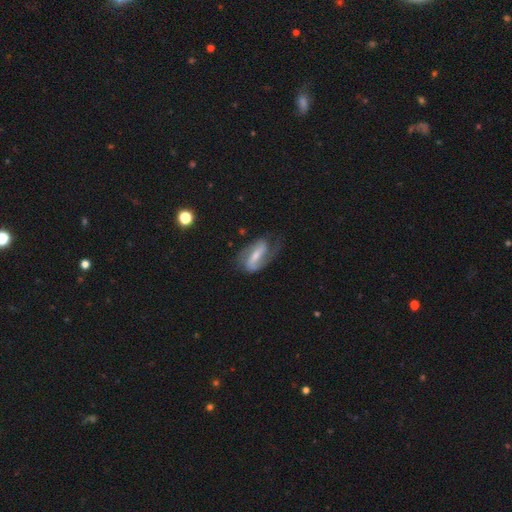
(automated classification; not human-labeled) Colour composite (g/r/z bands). It shows a featured or disk galaxy (79%) with a strong bar (56%), 2 (78%) medium (45%) spiral arms (92%) and a small central bulge (46%). Merging: none (59%).